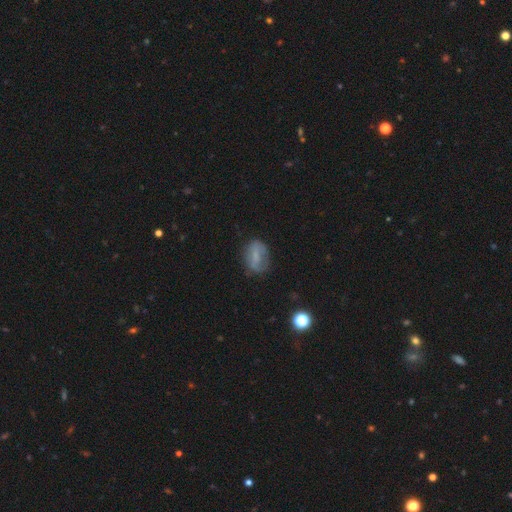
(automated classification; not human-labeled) This appears to be a smooth galaxy with no disk features (53%) that is in between round and cigar-shaped (72%). Merging: none (64%).